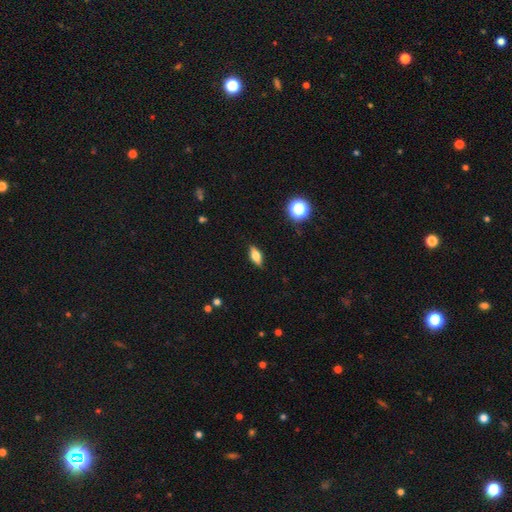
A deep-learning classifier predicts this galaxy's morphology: Smooth or featured: smooth — 62% (featured or disk — 29%)
How rounded: in between — 77% (cigar-shaped — 17%)
Merging: none — 87% (minor disturbance — 10%)